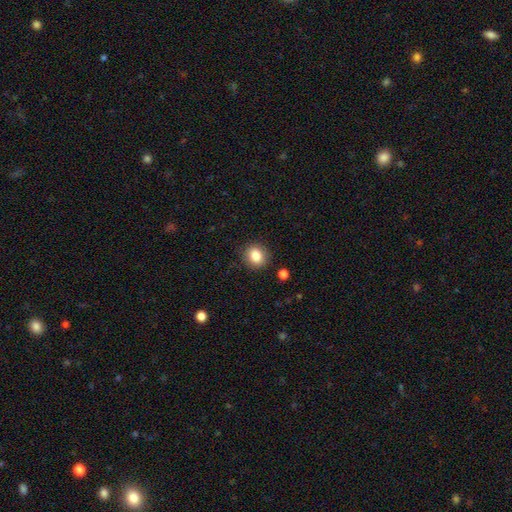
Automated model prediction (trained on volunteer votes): Overall: smooth (84%). How rounded: round (75%). Merging: none (88%).